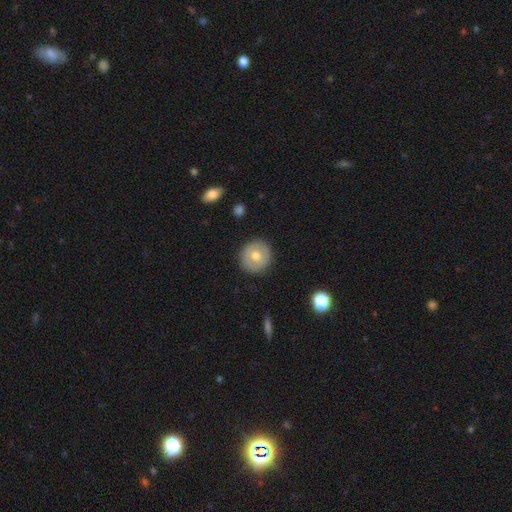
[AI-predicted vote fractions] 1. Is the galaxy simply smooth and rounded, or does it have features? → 61% smooth, 32% featured or disk, 7% star or artifact.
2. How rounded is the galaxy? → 92% round, 7% in between, 1% cigar-shaped.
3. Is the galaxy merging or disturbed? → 89% none, 8% minor disturbance, 2% major disturbance, 1% merger.